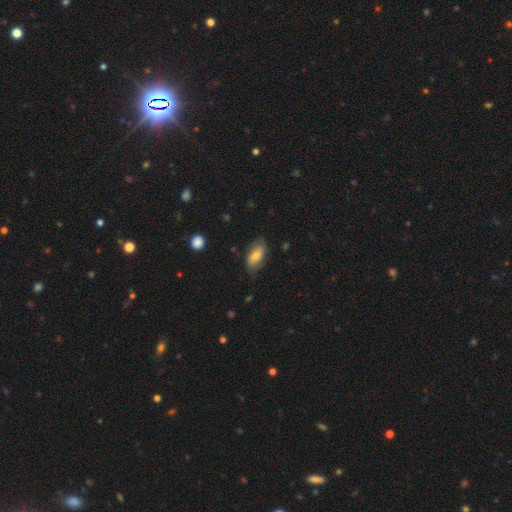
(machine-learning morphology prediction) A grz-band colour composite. It shows a smooth galaxy with no disk features (73%) that is in between round and cigar-shaped (88%). Merging: none (74%).